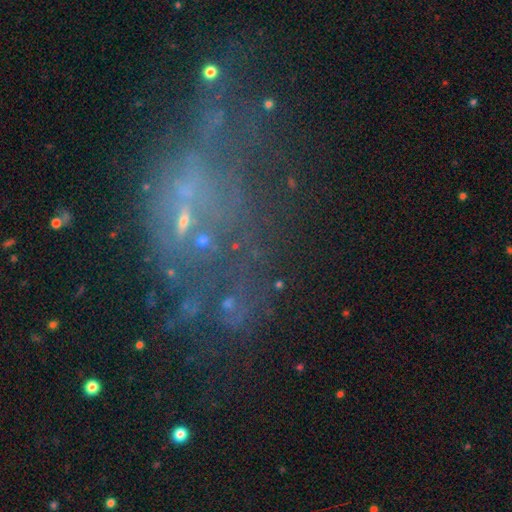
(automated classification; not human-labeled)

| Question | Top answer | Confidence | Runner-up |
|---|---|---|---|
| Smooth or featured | featured or disk | 44% | star or artifact (35%) |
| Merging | major disturbance | 36% | none (34%) |